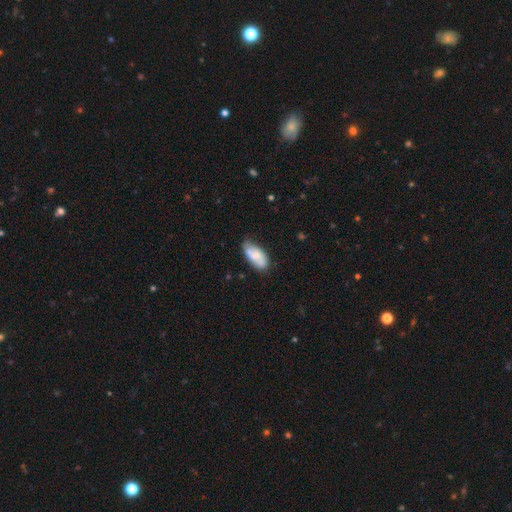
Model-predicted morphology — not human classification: Smooth or featured? Predicted: smooth (p=0.55). How rounded? Predicted: in between (p=0.91). Merging? Predicted: none (p=0.58).